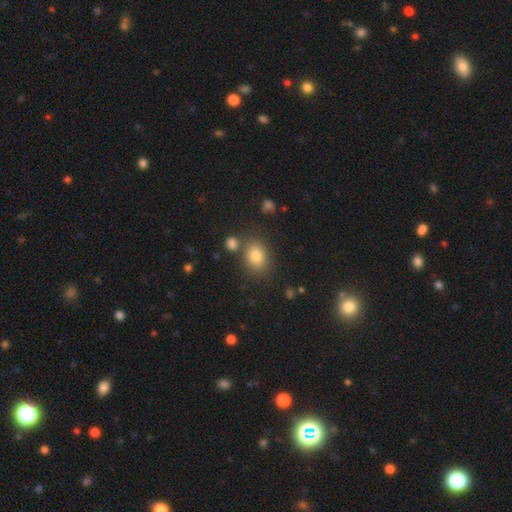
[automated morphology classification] Smooth or featured: smooth — 80% (star or artifact — 13%)
How rounded: in between — 62% (round — 36%)
Merging: none — 74% (minor disturbance — 11%)